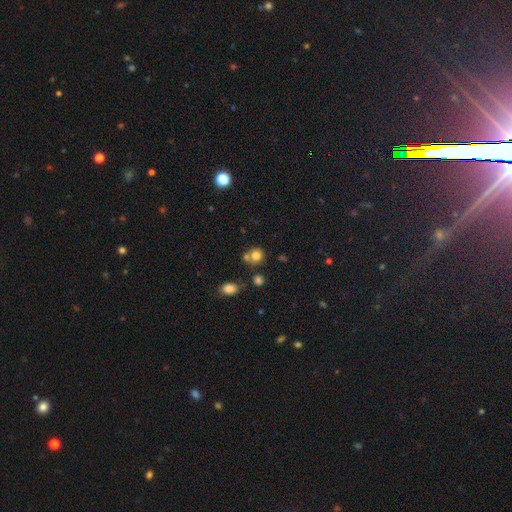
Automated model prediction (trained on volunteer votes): Smooth or featured? Predicted: smooth (p=0.78). How rounded? Predicted: round (p=0.81). Merging? Predicted: none (p=0.57).